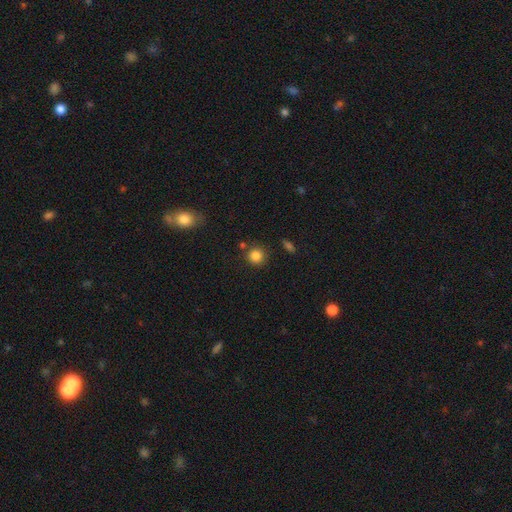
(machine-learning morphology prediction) This appears to be a smooth galaxy with no disk features (85%) that is round (91%). Merging: none (81%).